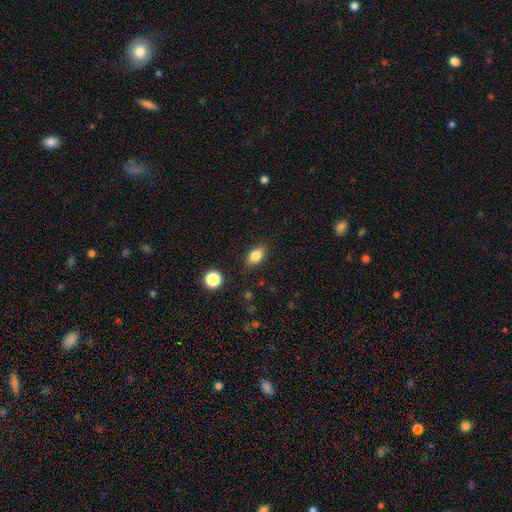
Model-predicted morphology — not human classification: type=smooth (84%); roundness=in between (84%); merging=none (85%).